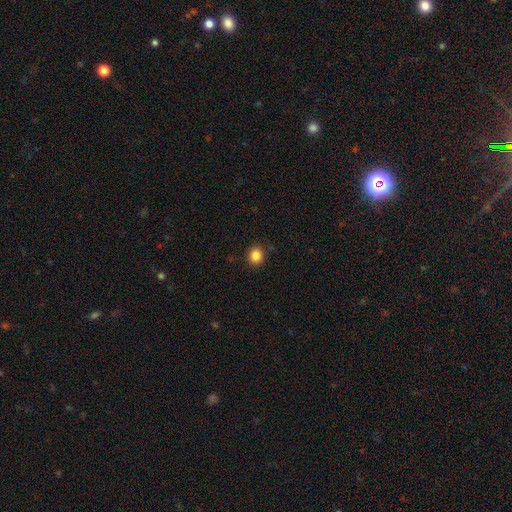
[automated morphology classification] A smooth galaxy with no disk features (85%) that is round (78%). Merging: none (90%).